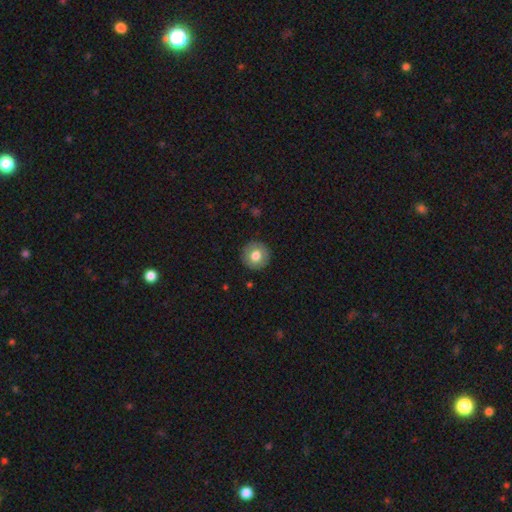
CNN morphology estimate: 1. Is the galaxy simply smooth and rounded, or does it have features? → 76% smooth, 16% featured or disk, 8% star or artifact.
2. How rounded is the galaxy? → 95% round, 4% in between, 1% cigar-shaped.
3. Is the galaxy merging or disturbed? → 91% none, 6% minor disturbance, 2% major disturbance, 1% merger.